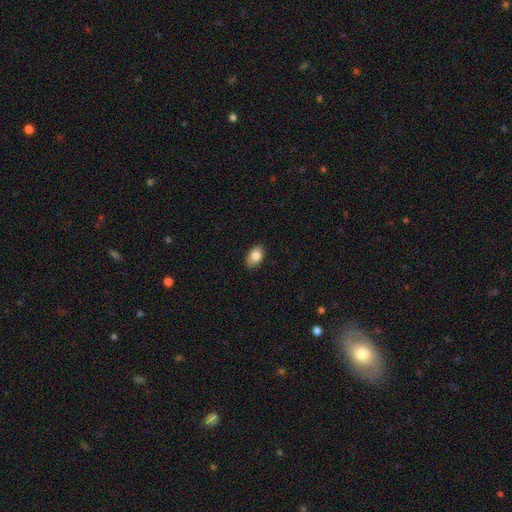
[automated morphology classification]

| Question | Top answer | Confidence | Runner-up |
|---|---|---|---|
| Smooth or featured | smooth | 83% | featured or disk (10%) |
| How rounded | in between | 90% | round (9%) |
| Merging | none | 85% | minor disturbance (12%) |